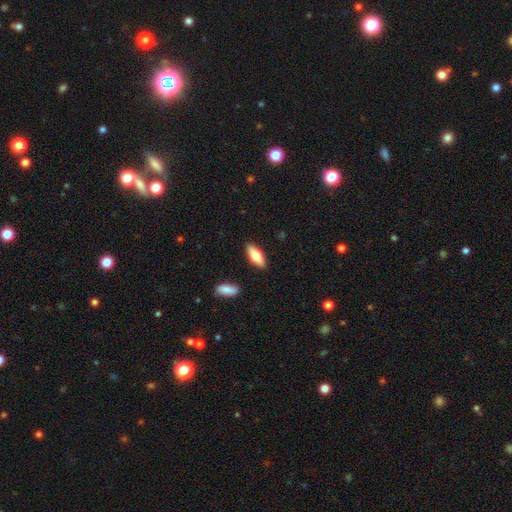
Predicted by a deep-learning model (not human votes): Smooth or featured: smooth — 72% (featured or disk — 22%)
How rounded: in between — 74% (cigar-shaped — 24%)
Merging: none — 87% (minor disturbance — 9%)